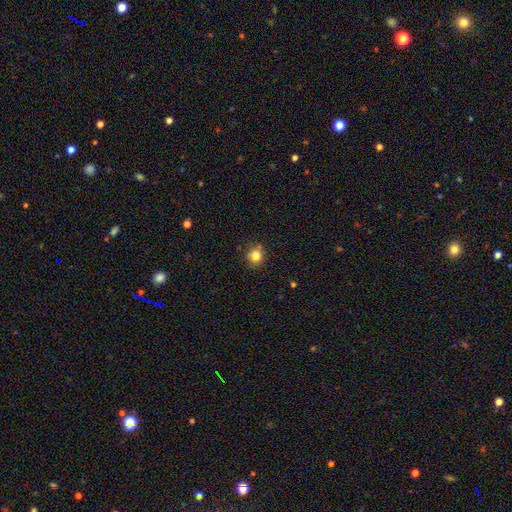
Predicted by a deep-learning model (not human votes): Smooth or featured? smooth (77%)
How rounded? round (87%)
Merging? none (81%)